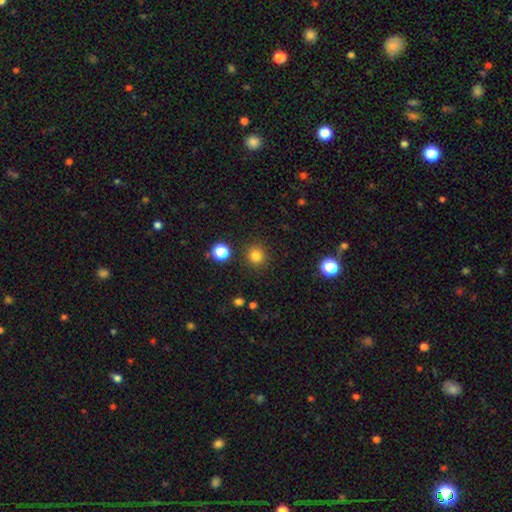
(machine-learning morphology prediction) smooth 81%, star or artifact 14%, featured or disk 5%. Down the decision tree: how rounded — round (94%); merging — none (90%).